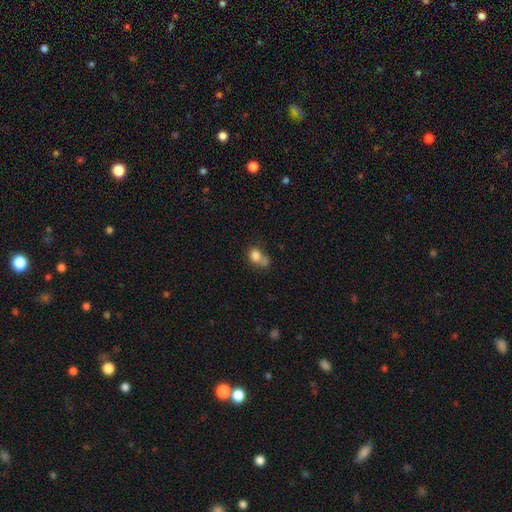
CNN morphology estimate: This is likely a smooth galaxy (78%). How rounded: possibly round (54%). Merging: marginally merger (44%).